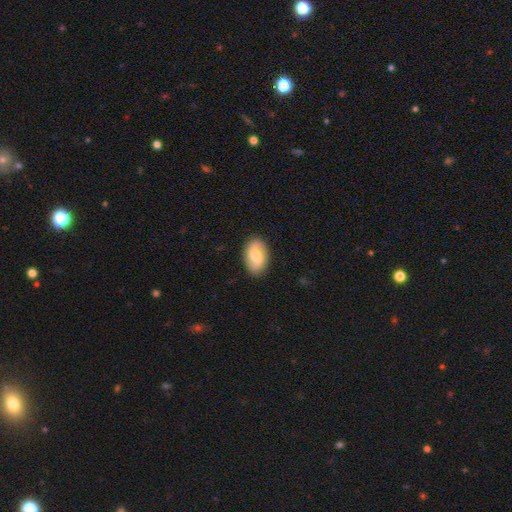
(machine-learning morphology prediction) Smooth or featured?
  - smooth: 55% *
  - featured or disk: 39%
  - star or artifact: 7%
How rounded?
  - in between: 89% *
  - round: 9%
  - cigar-shaped: 2%
Merging?
  - none: 87% *
  - minor disturbance: 10%
  - major disturbance: 2%
  - merger: 1%